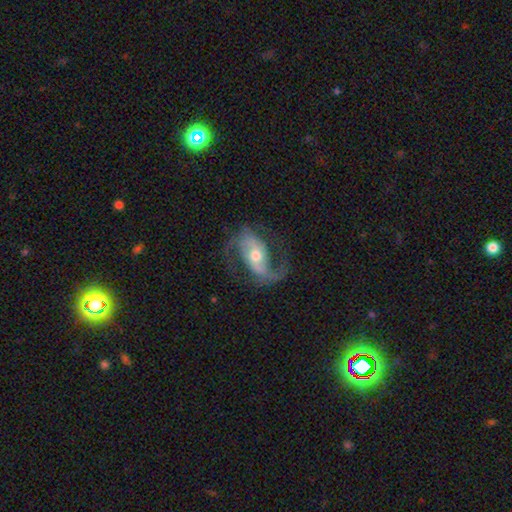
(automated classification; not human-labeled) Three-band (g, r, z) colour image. It shows a featured or disk galaxy (87%) with a weak bar (40%), 2 (90%) medium (45%) spiral arms (96%) and a moderate central bulge (68%). Merging: none (71%).